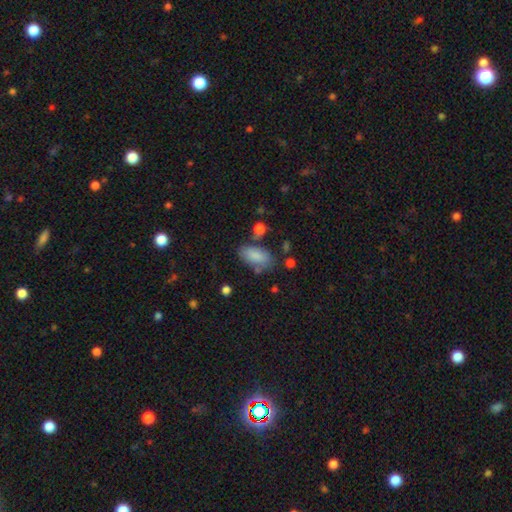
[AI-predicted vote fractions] Smooth or featured?
  - smooth: 85% *
  - featured or disk: 8%
  - star or artifact: 7%
How rounded?
  - in between: 92% *
  - cigar-shaped: 4%
  - round: 3%
Merging?
  - none: 68% *
  - minor disturbance: 19%
  - merger: 7%
  - major disturbance: 6%